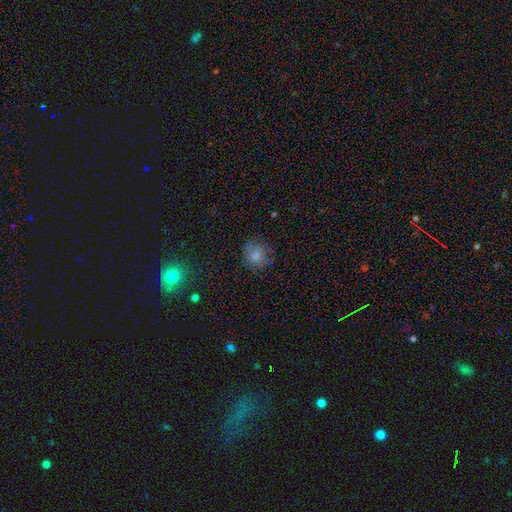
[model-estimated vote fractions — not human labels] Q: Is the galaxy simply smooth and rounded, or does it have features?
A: smooth — 63%.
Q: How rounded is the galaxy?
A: round — 81%.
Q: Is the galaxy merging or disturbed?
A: none — 75%.